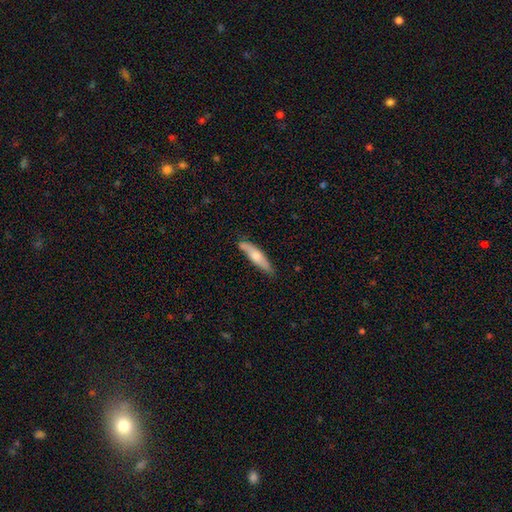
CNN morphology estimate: Smooth or featured?
  - smooth: 65% *
  - featured or disk: 30%
  - star or artifact: 5%
How rounded?
  - cigar-shaped: 77% *
  - in between: 21%
  - round: 2%
Merging?
  - none: 76% *
  - minor disturbance: 19%
  - major disturbance: 3%
  - merger: 2%